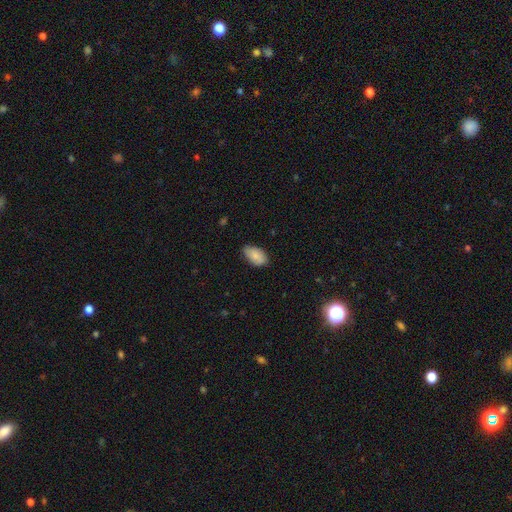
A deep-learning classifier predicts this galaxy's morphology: A smooth galaxy with no disk features (85%) that is in between round and cigar-shaped (94%). Merging: none (72%).